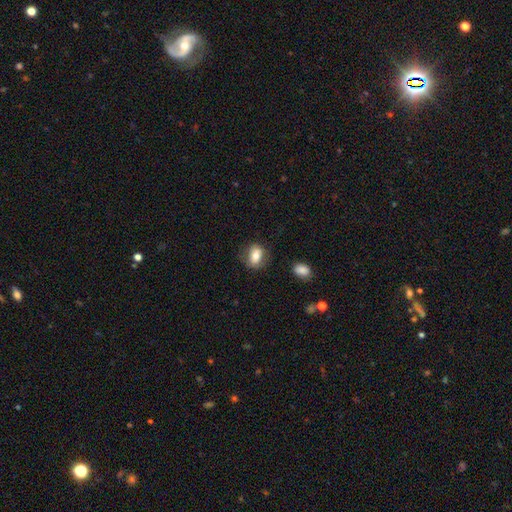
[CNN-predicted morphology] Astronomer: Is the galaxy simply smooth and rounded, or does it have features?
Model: smooth — 74%.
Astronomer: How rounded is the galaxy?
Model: in between — 70%.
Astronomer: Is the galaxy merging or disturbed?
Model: none — 73%.